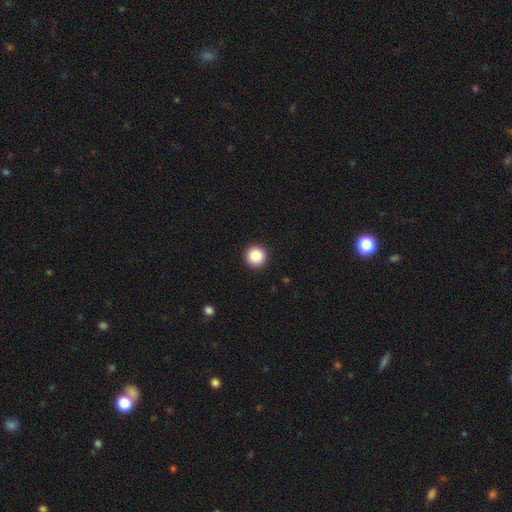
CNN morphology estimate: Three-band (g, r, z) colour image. It shows a smooth galaxy with no disk features (88%) that is round (96%). Merging: none (93%).